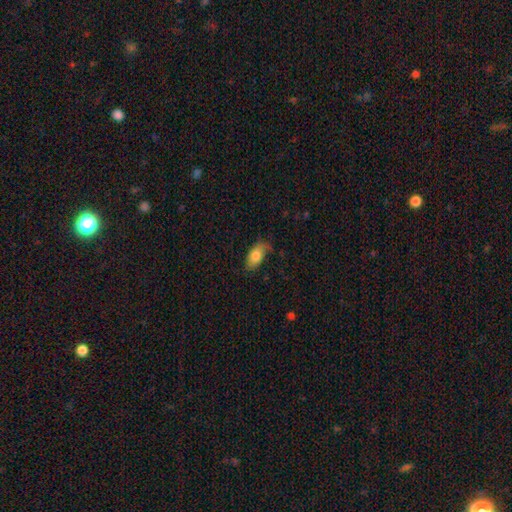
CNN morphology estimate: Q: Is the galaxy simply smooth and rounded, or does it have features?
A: smooth — 79%.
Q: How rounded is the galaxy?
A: in between — 91%.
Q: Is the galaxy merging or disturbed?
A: none — 62%.